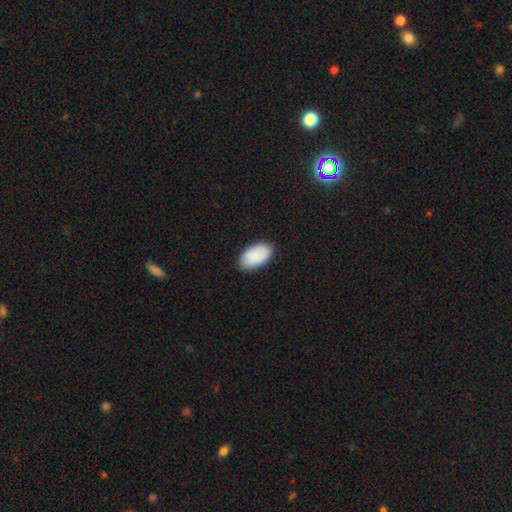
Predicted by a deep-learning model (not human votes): A smooth galaxy with no disk features (89%) that is in between round and cigar-shaped (96%). Merging: none (86%).